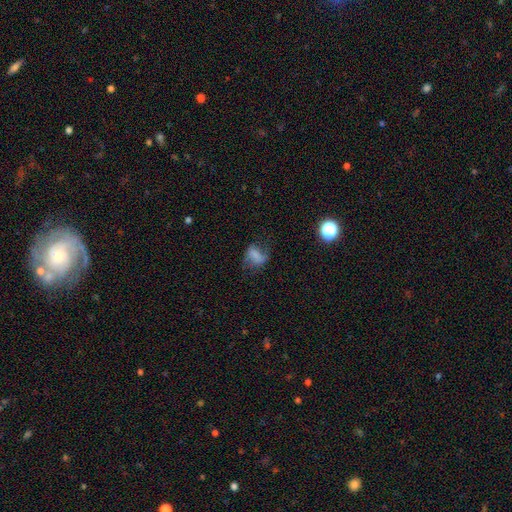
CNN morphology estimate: A smooth galaxy with no disk features (54%) that is in between round and cigar-shaped (74%).

Vote fractions:
- Smooth or featured? smooth: 54% / featured or disk: 31% / star or artifact: 14%
- How rounded? in between: 74% / round: 23% / cigar-shaped: 3%
- Merging? none: 45% / major disturbance: 27% / minor disturbance: 26% / merger: 3%